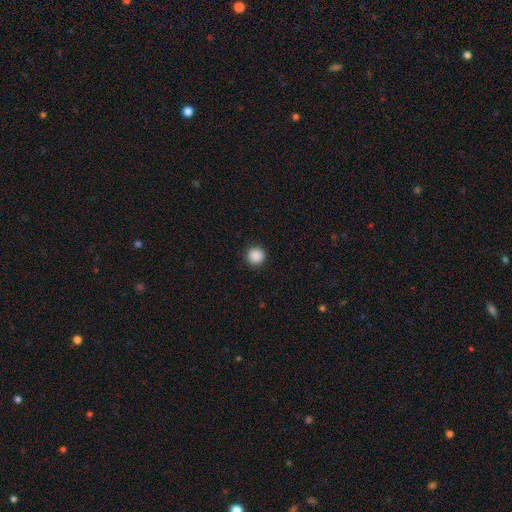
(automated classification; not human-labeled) smooth-or-featured: smooth: 89% | star or artifact: 9% | featured or disk: 2%
  how-rounded: round: 96% | in between: 3% | cigar-shaped: 1%
  merging: none: 93% | minor disturbance: 5% | major disturbance: 2% | merger: 1%